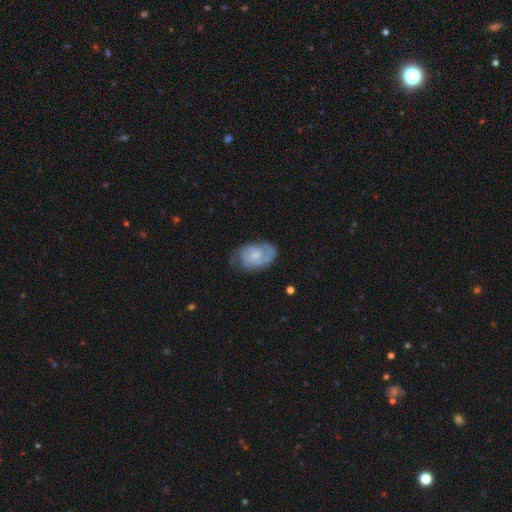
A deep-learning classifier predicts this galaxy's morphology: A featured or disk galaxy (71%) with no bar (57%), 2 (66%) tight (44%) spiral arms (93%) and a small central bulge (40%).

Vote fractions:
- Smooth or featured? featured or disk: 71% / smooth: 23% / star or artifact: 6%
- Edge-on disk? no: 97% / yes: 3%
- Bar? no: 57% / weak: 38% / strong: 5%
- Spiral arms? yes: 93% / no: 7%
- Spiral winding? tight: 44% / medium: 42% / loose: 13%
- Spiral arm count? 2: 66% / can't tell: 15% / 1: 11% / 3: 5% / 4: 2% / more than 4: 2%
- Bulge size? small: 40% / none: 27% / moderate: 27% / large: 5% / dominant: 1%
- Merging? none: 65% / minor disturbance: 24% / major disturbance: 10% / merger: 1%